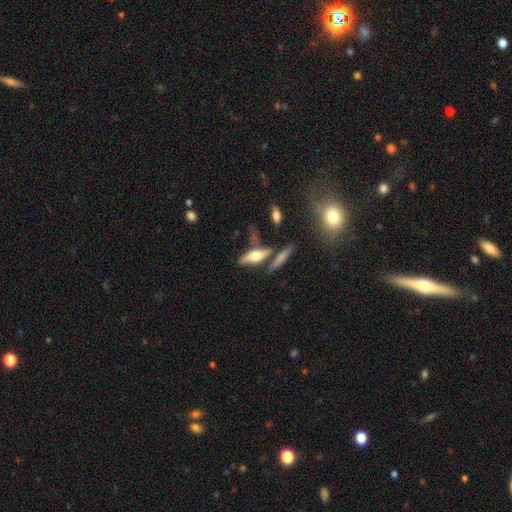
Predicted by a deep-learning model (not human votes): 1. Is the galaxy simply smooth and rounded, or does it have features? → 47% featured or disk, 44% smooth, 9% star or artifact.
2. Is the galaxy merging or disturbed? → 59% none, 17% merger, 16% minor disturbance, 8% major disturbance.